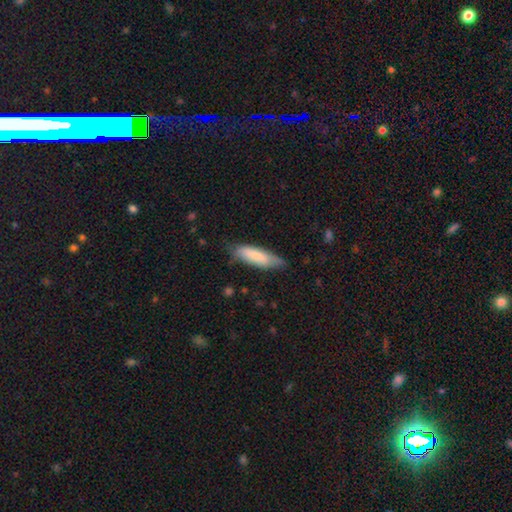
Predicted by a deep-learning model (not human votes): Smooth or featured: smooth — 80% (featured or disk — 15%)
How rounded: cigar-shaped — 55% (in between — 44%)
Merging: none — 69% (minor disturbance — 25%)